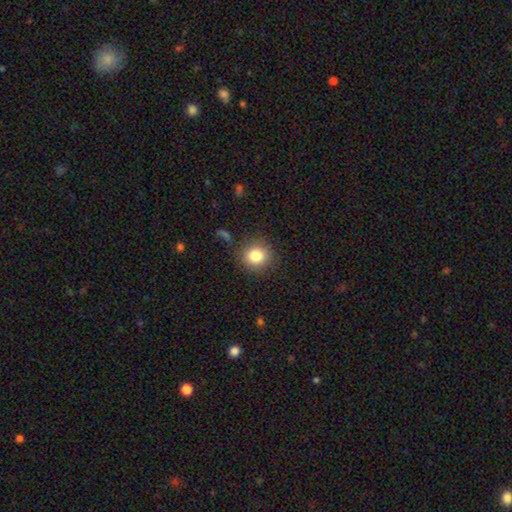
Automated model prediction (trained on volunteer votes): smooth_or_featured: smooth (p=0.83) [alt: star or artifact p=0.10]
how_rounded: round (p=0.87) [alt: in between p=0.12]
merging: none (p=0.87) [alt: minor disturbance p=0.08]